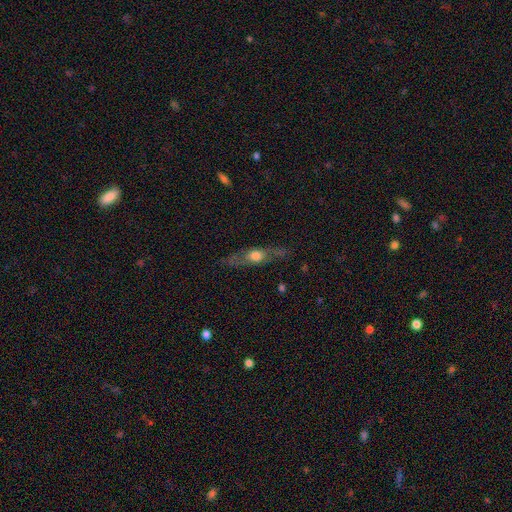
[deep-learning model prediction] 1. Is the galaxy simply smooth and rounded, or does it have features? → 58% featured or disk, 35% smooth, 8% star or artifact.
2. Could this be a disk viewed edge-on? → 79% yes, 21% no.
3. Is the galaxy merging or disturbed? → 78% none, 15% minor disturbance, 6% major disturbance, 2% merger.